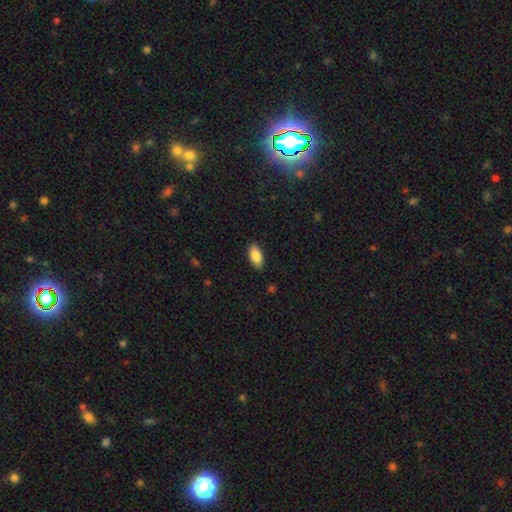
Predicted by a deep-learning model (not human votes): Smooth or featured? Predicted: smooth (p=0.87). How rounded? Predicted: in between (p=0.91). Merging? Predicted: none (p=0.87).